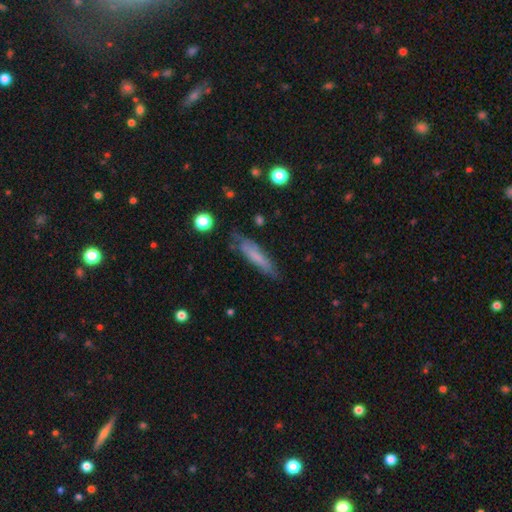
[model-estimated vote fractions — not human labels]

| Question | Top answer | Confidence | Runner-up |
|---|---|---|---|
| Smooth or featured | smooth | 62% | featured or disk (30%) |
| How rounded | cigar-shaped | 82% | in between (17%) |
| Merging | none | 68% | minor disturbance (23%) |